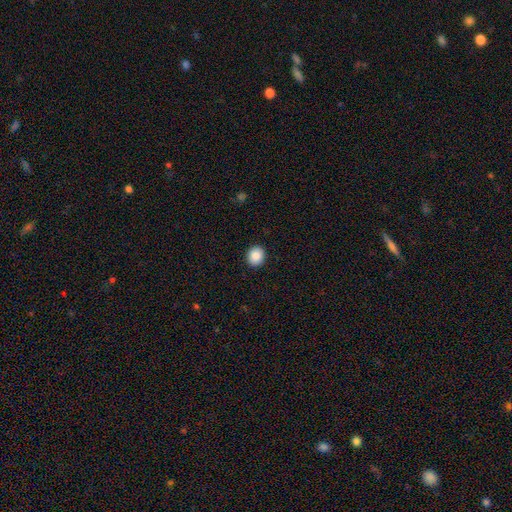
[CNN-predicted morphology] Smooth or featured? smooth (88%)
How rounded? round (79%)
Merging? none (92%)